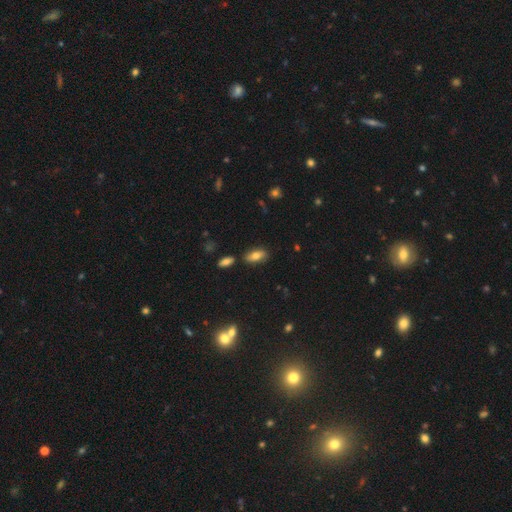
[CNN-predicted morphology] smooth_or_featured: smooth (p=0.74) [alt: featured or disk p=0.17]
how_rounded: in between (p=0.87) [alt: cigar-shaped p=0.10]
merging: none (p=0.80) [alt: minor disturbance p=0.12]